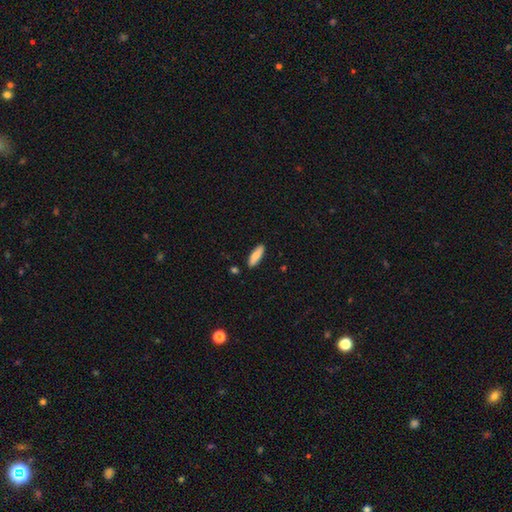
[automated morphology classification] This is likely a smooth galaxy (80%). How rounded: possibly cigar-shaped (49%, tied with in between). Merging: clearly none (87%).